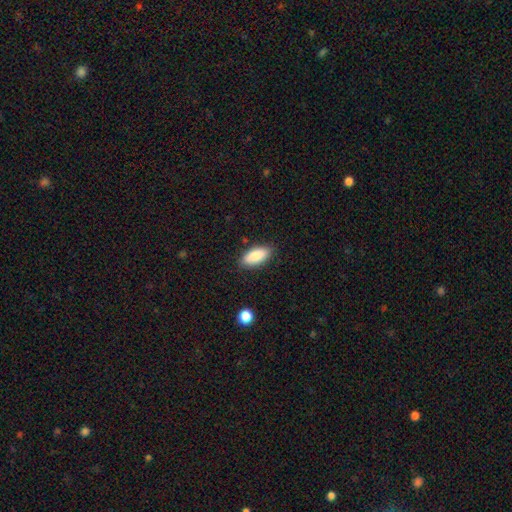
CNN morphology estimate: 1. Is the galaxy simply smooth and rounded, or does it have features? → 86% smooth, 7% featured or disk, 6% star or artifact.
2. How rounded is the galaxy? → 86% in between, 11% cigar-shaped, 2% round.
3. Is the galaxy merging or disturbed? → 85% none, 11% minor disturbance, 2% major disturbance, 1% merger.